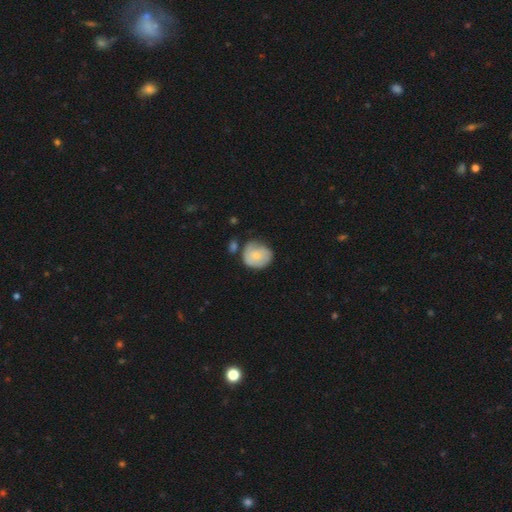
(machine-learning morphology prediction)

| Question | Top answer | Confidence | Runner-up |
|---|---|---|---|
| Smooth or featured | smooth | 65% | featured or disk (28%) |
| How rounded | round | 74% | in between (25%) |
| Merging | none | 51% | minor disturbance (32%) |